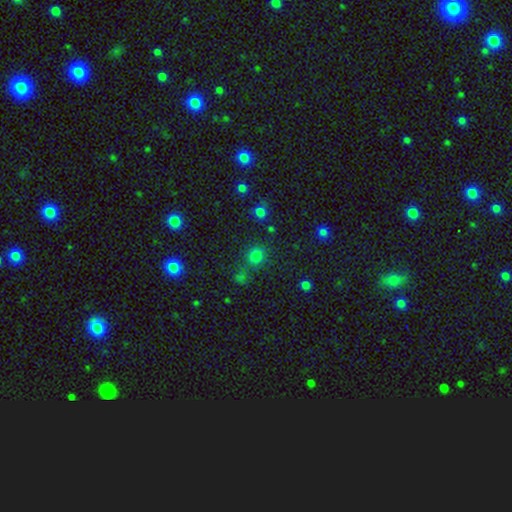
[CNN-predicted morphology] Smooth or featured?
  - smooth: 74% *
  - star or artifact: 21%
  - featured or disk: 5%
How rounded?
  - round: 84% *
  - in between: 15%
  - cigar-shaped: 1%
Merging?
  - none: 71% *
  - merger: 12%
  - minor disturbance: 12%
  - major disturbance: 5%